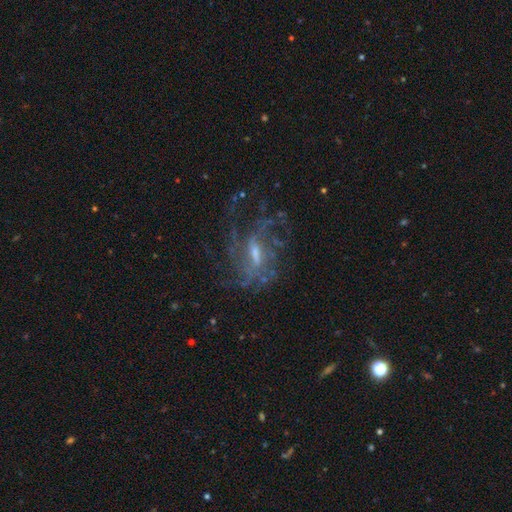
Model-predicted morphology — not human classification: This appears to be a featured or disk galaxy (78%) with a weak bar (51%), medium (41%) spiral arms (85%) and a moderate central bulge (42%). Merging: none (56%).